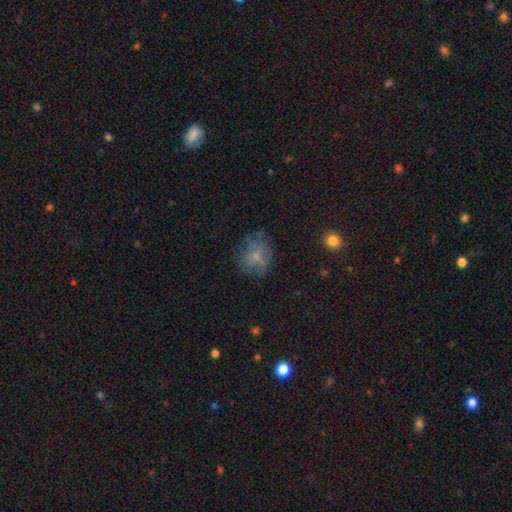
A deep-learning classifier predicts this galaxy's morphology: Smooth or featured? smooth (60%)
How rounded? round (62%)
Merging? none (63%)